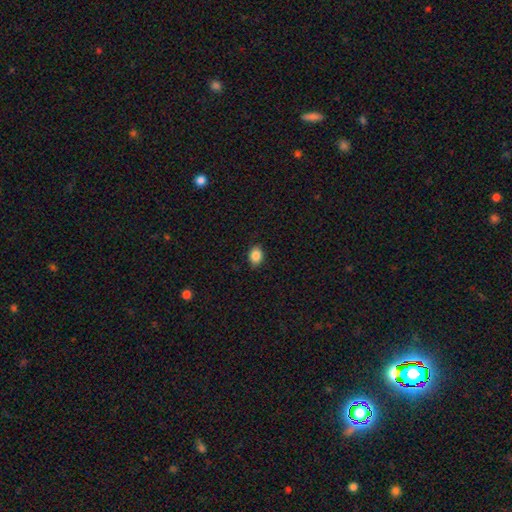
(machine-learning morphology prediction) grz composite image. It shows a smooth galaxy with no disk features (87%) that is in between round and cigar-shaped (63%). Merging: none (87%).